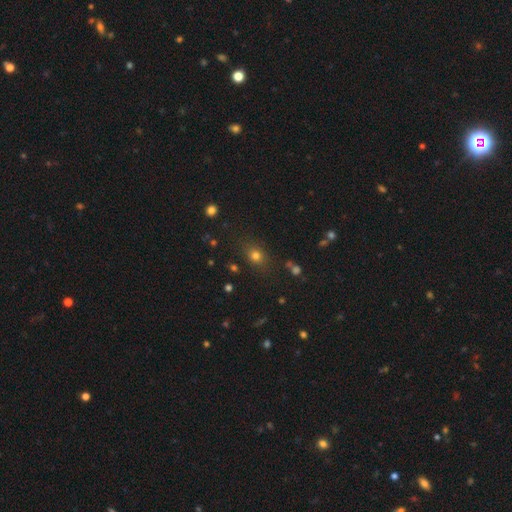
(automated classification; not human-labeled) The model was most divided on "how rounded": round: 56%, in between: 42%, cigar-shaped: 2%. More confident: merging — none (79%); smooth or featured — smooth (75%).